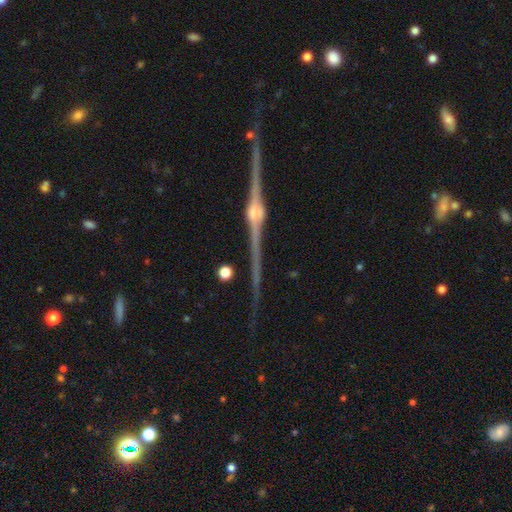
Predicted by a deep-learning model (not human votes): Q: Smooth or featured?
A: featured or disk (91%); runner-up: star or artifact (6%)
Q: Edge-on disk?
A: yes (98%); runner-up: no (2%)
Q: Edge-on bulge?
A: rounded (92%); runner-up: boxy (4%)
Q: Merging?
A: none (90%); runner-up: minor disturbance (7%)